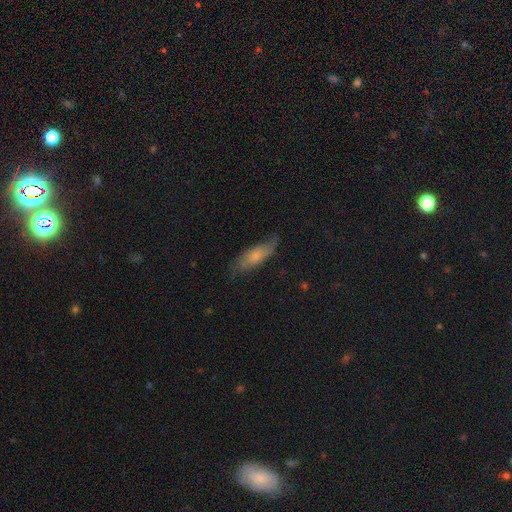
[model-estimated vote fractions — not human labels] Smooth or featured? Predicted: smooth (p=0.62). How rounded? Predicted: in between (p=0.56). Merging? Predicted: none (p=0.67).